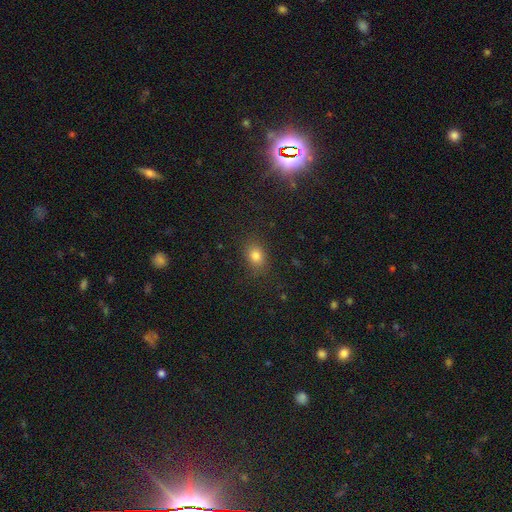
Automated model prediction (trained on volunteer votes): The model was most divided on "how rounded": in between: 57%, round: 41%, cigar-shaped: 2%. More confident: merging — none (83%); smooth or featured — smooth (76%).